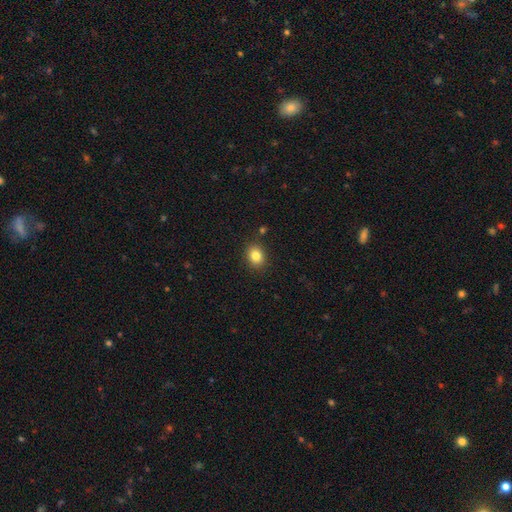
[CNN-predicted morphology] The model was most divided on "how rounded": round: 56%, in between: 43%, cigar-shaped: 1%. More confident: merging — none (87%); smooth or featured — smooth (83%).